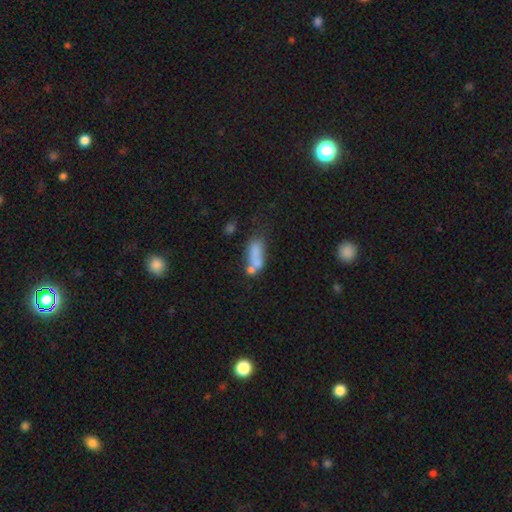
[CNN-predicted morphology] smooth_or_featured: smooth (p=0.67) [alt: featured or disk p=0.22]
how_rounded: in between (p=0.73) [alt: cigar-shaped p=0.22]
merging: merger (p=0.38) [alt: none p=0.29]